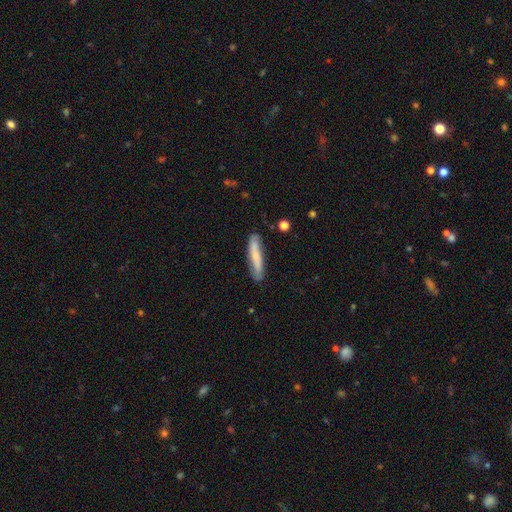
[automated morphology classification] Smooth or featured? smooth (61%)
How rounded? cigar-shaped (87%)
Merging? none (81%)